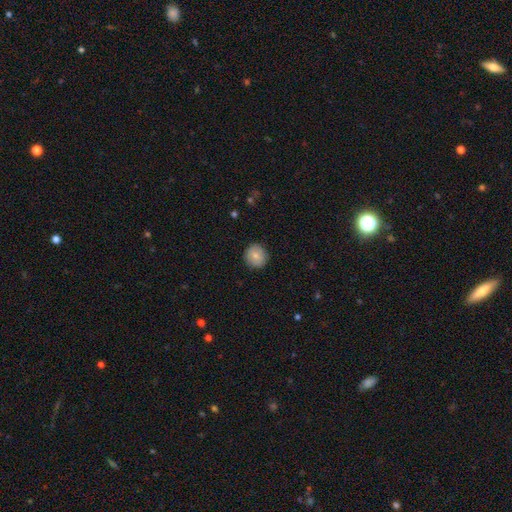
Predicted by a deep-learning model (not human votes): This appears to be a smooth galaxy with no disk features (75%) that is round (91%). Merging: none (89%).